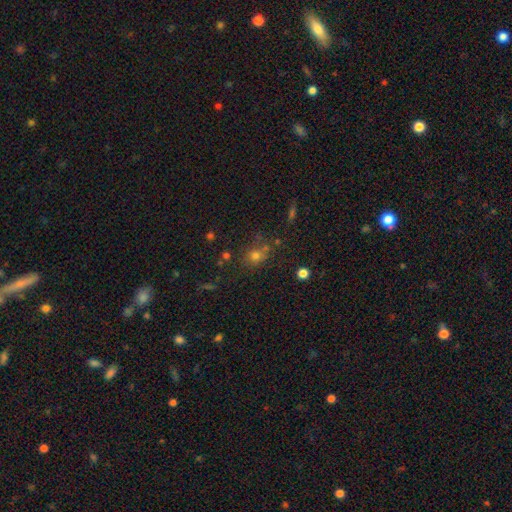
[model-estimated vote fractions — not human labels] smooth_or_featured: smooth (p=0.68) [alt: star or artifact p=0.21]
how_rounded: round (p=0.70) [alt: in between p=0.29]
merging: none (p=0.64) [alt: minor disturbance p=0.16]